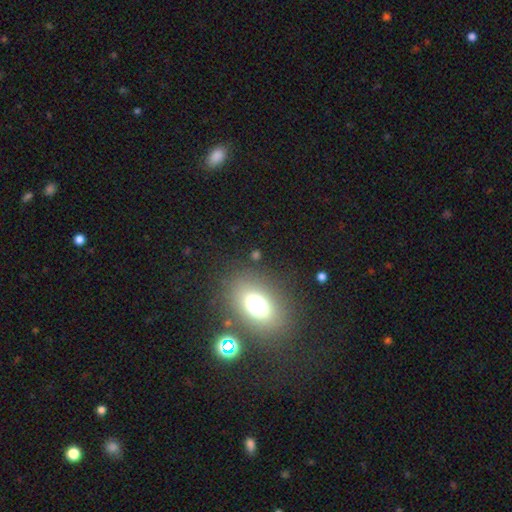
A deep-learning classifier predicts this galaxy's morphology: Smooth or featured?
  - smooth: 56% *
  - star or artifact: 30%
  - featured or disk: 14%
How rounded?
  - in between: 60% *
  - round: 37%
  - cigar-shaped: 3%
Merging?
  - none: 79% *
  - minor disturbance: 11%
  - major disturbance: 6%
  - merger: 5%